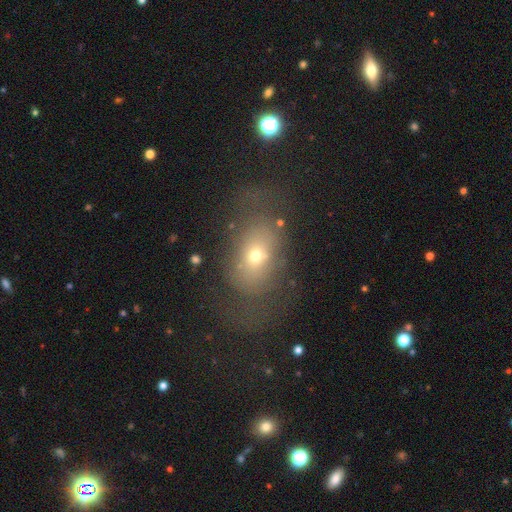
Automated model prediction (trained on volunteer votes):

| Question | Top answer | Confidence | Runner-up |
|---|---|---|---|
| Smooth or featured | smooth | 57% | featured or disk (26%) |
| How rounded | in between | 68% | round (30%) |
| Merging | none | 54% | major disturbance (23%) |